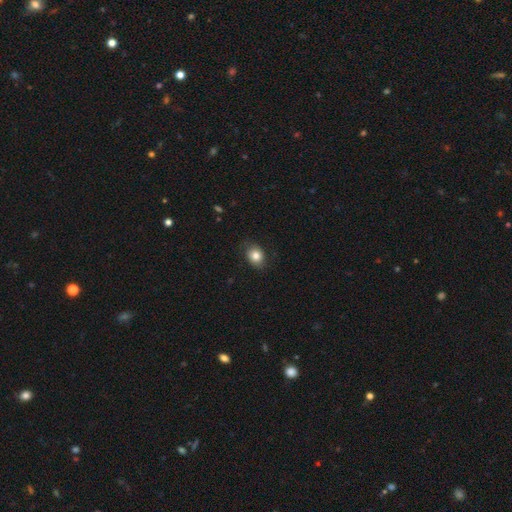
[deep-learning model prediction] The model was most divided on "how rounded": round: 50%, in between: 49%, cigar-shaped: 1%. More confident: smooth or featured — smooth (81%); merging — none (78%).